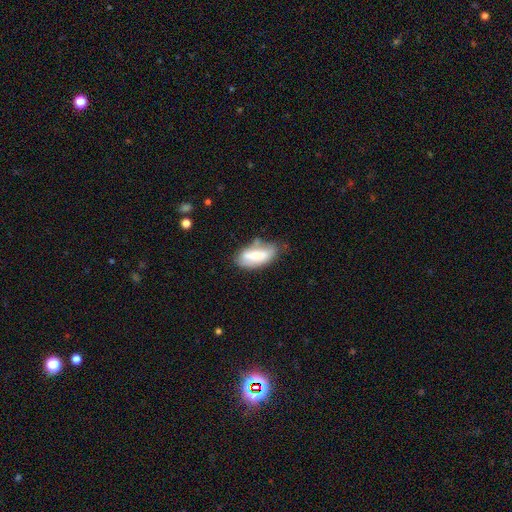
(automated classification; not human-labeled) The model was most divided on "merging": none: 47%, minor disturbance: 33%, major disturbance: 11%, merger: 9%. More confident: how rounded — in between (85%); smooth or featured — smooth (66%).